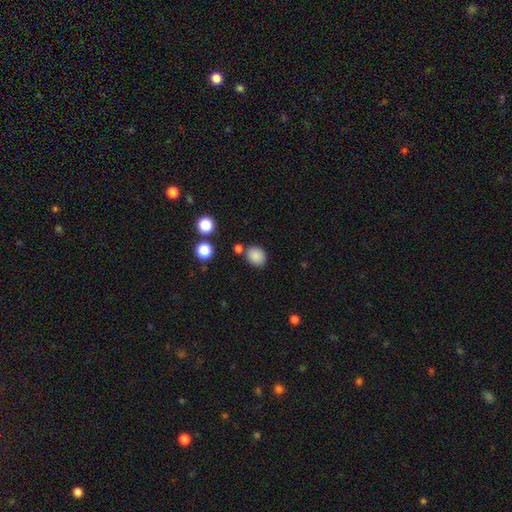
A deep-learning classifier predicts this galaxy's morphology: Smooth or featured?
  - smooth: 85% *
  - star or artifact: 10%
  - featured or disk: 4%
How rounded?
  - round: 56% *
  - in between: 43%
  - cigar-shaped: 1%
Merging?
  - none: 78% *
  - minor disturbance: 12%
  - merger: 7%
  - major disturbance: 3%